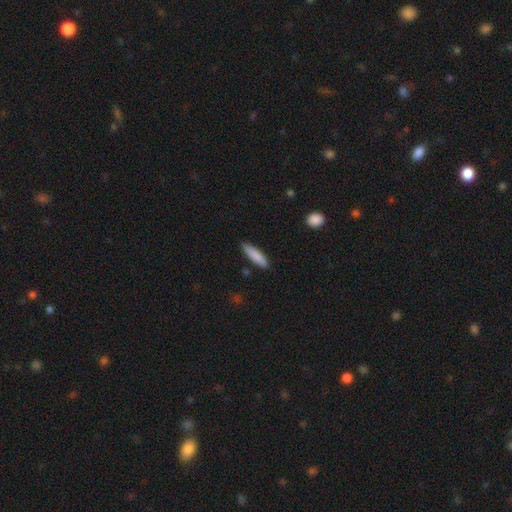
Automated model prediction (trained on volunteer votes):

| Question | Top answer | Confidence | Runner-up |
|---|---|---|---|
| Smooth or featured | smooth | 85% | featured or disk (9%) |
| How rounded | cigar-shaped | 75% | in between (24%) |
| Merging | none | 87% | minor disturbance (10%) |